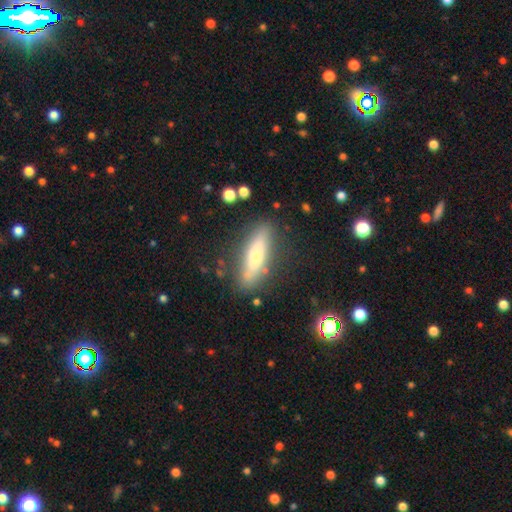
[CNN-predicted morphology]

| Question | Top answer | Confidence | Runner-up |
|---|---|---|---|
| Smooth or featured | smooth | 51% | featured or disk (42%) |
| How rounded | cigar-shaped | 70% | in between (28%) |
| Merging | none | 81% | minor disturbance (12%) |